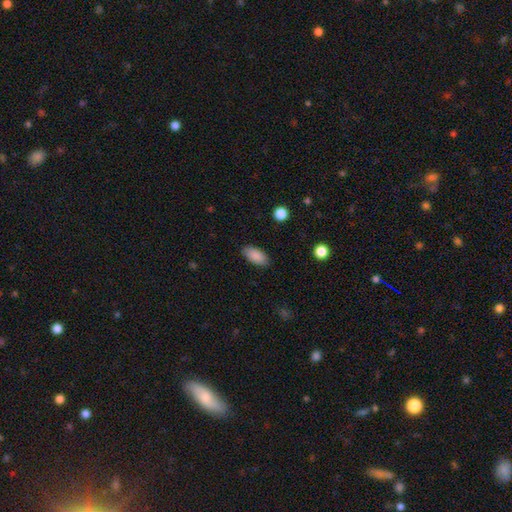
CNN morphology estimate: Q: Smooth or featured?
A: smooth (89%); runner-up: star or artifact (7%)
Q: How rounded?
A: in between (92%); runner-up: cigar-shaped (6%)
Q: Merging?
A: none (87%); runner-up: minor disturbance (10%)